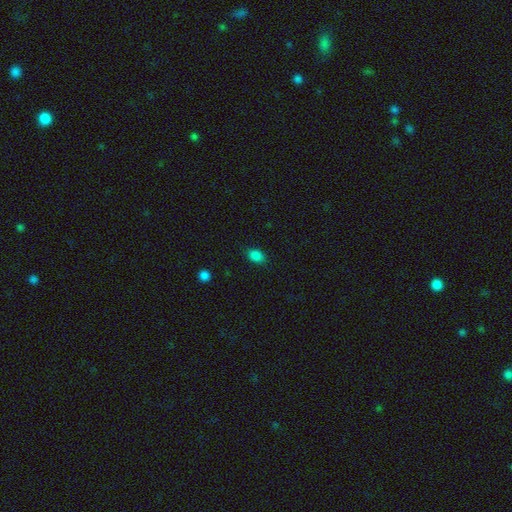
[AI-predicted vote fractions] A smooth galaxy with no disk features (85%) that is in between round and cigar-shaped (80%). Merging: none (84%).